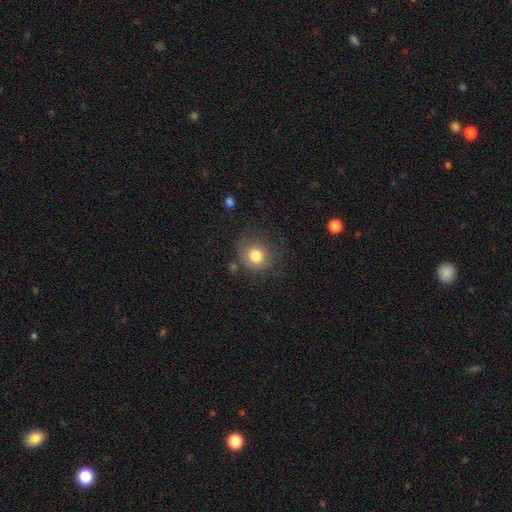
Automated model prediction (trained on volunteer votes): A smooth galaxy with no disk features (80%) that is round (83%). Merging: none (65%).